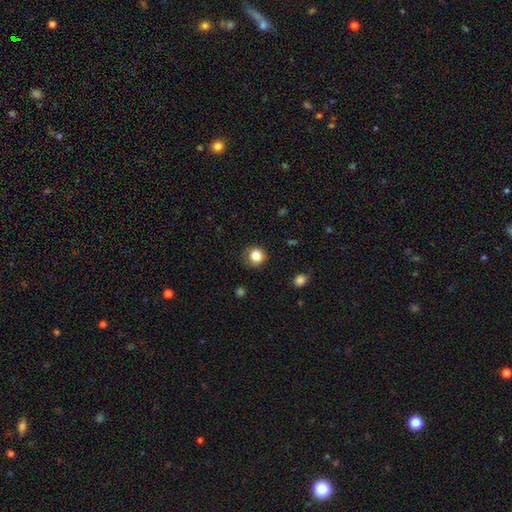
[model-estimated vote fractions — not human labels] Q: Smooth or featured?
A: smooth (83%); runner-up: star or artifact (11%)
Q: How rounded?
A: round (89%); runner-up: in between (10%)
Q: Merging?
A: none (80%); runner-up: minor disturbance (15%)